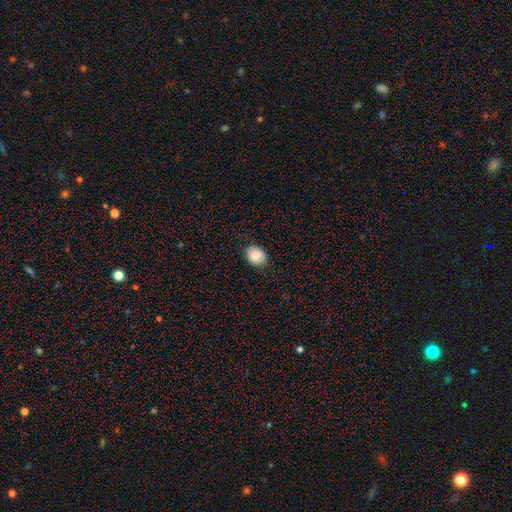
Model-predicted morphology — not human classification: This appears to be a smooth galaxy with no disk features (85%) that is round (51%). Merging: none (86%).